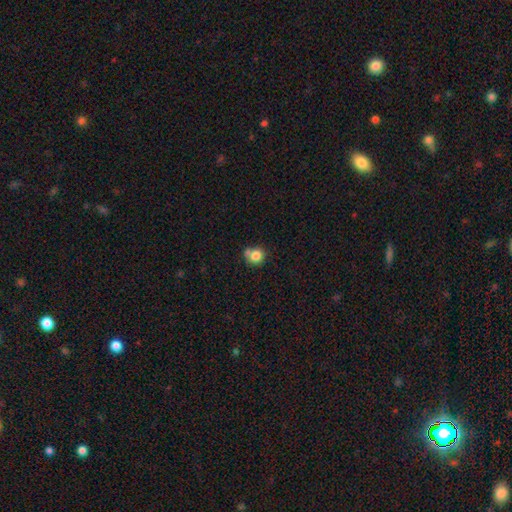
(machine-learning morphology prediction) smooth_or_featured: smooth (p=0.81) [alt: star or artifact p=0.10]
how_rounded: round (p=0.85) [alt: in between p=0.14]
merging: none (p=0.54) [alt: merger p=0.27]